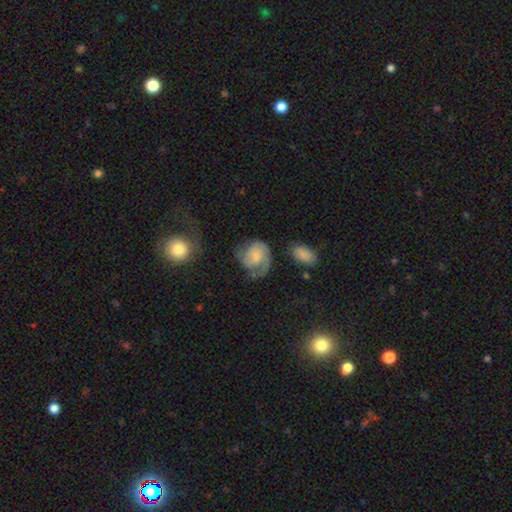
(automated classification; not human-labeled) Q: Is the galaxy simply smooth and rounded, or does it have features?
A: featured or disk — 58%.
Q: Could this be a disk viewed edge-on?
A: no — 97%.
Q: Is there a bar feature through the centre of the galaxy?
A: no — 65%.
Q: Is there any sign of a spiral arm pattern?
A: yes — 83%.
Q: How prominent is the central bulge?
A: small — 47%.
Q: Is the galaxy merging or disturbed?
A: none — 42%.